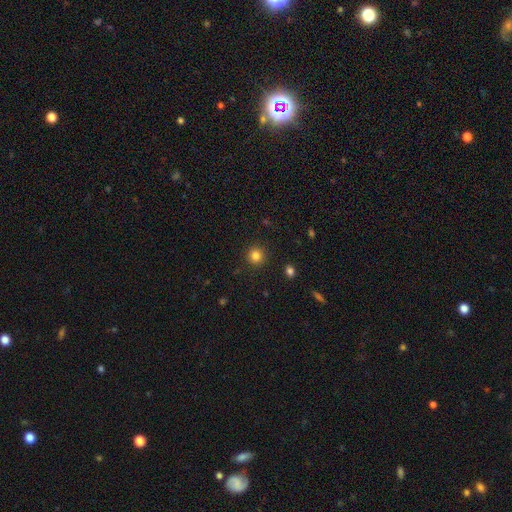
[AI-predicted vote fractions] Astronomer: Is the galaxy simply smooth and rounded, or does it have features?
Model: smooth — 83%.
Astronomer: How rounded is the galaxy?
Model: round — 94%.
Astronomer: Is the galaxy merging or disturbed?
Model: none — 91%.